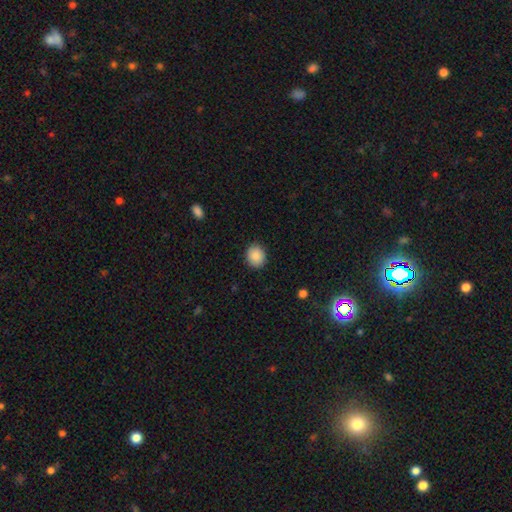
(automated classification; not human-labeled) Smooth or featured? Predicted: smooth (p=0.88). How rounded? Predicted: round (p=0.71). Merging? Predicted: none (p=0.90).